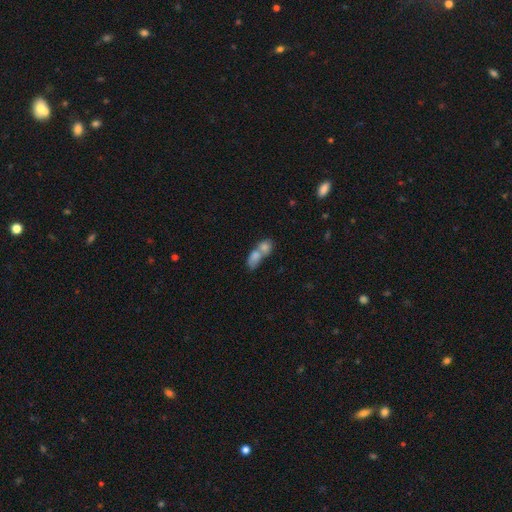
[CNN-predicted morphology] type=smooth (74%); roundness=in between (71%); merging=merger (75%).